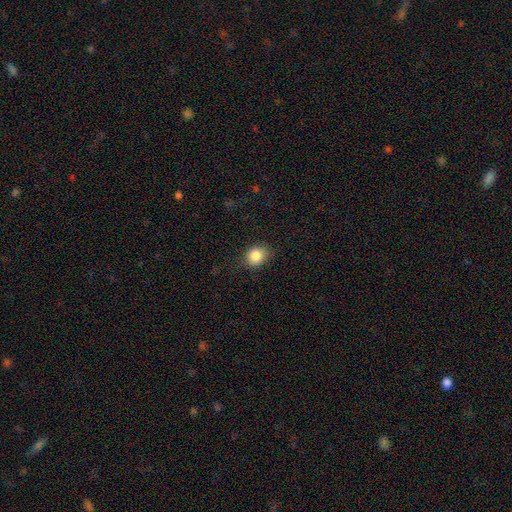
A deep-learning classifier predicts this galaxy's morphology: smooth_or_featured: smooth (p=0.85) [alt: star or artifact p=0.10]
how_rounded: round (p=0.60) [alt: in between p=0.39]
merging: none (p=0.77) [alt: minor disturbance p=0.17]